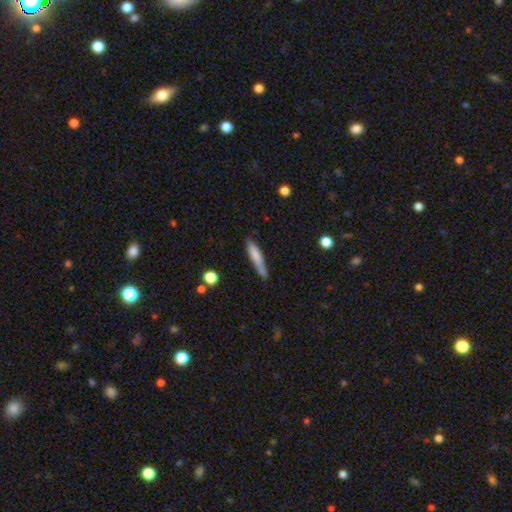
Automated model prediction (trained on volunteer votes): smooth-or-featured: smooth: 75% | featured or disk: 19% | star or artifact: 6%
  how-rounded: cigar-shaped: 88% | in between: 10% | round: 1%
  merging: none: 68% | minor disturbance: 24% | major disturbance: 5% | merger: 3%